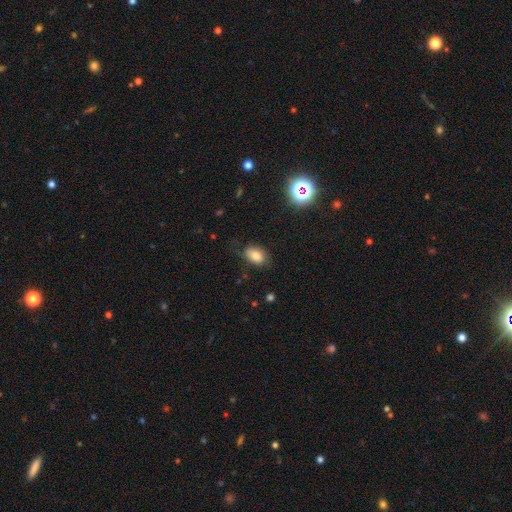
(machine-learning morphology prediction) smooth_or_featured: smooth (p=0.77) [alt: featured or disk p=0.13]
how_rounded: in between (p=0.87) [alt: round p=0.12]
merging: none (p=0.68) [alt: minor disturbance p=0.22]